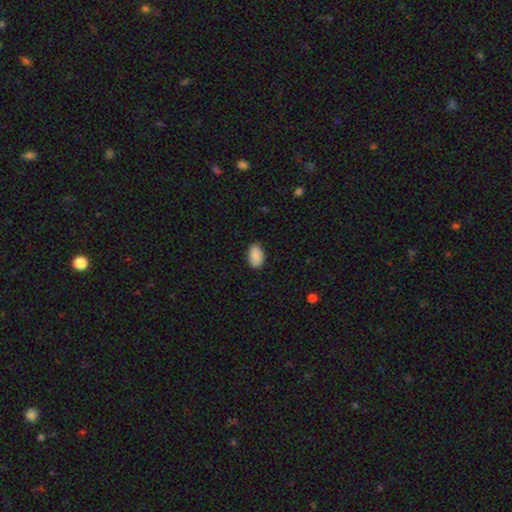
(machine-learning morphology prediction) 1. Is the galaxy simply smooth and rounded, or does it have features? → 89% smooth, 7% star or artifact, 4% featured or disk.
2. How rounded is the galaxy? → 91% in between, 8% round, 1% cigar-shaped.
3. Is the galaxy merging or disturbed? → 80% none, 16% minor disturbance, 3% major disturbance, 1% merger.